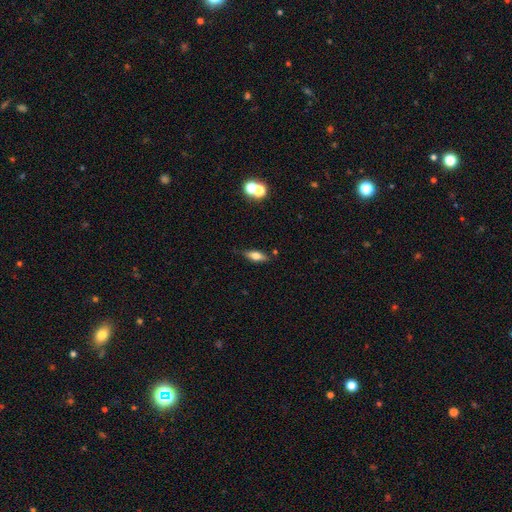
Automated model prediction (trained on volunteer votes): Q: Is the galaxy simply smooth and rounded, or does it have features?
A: smooth — 60%.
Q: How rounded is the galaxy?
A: in between — 62%.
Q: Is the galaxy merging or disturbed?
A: none — 79%.